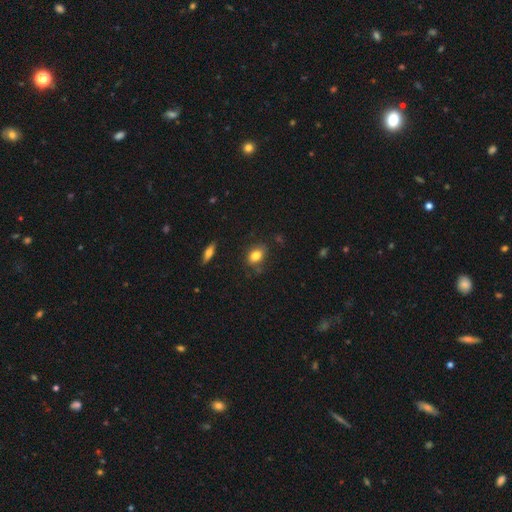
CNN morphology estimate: type=smooth (82%); roundness=in between (81%); merging=none (76%).